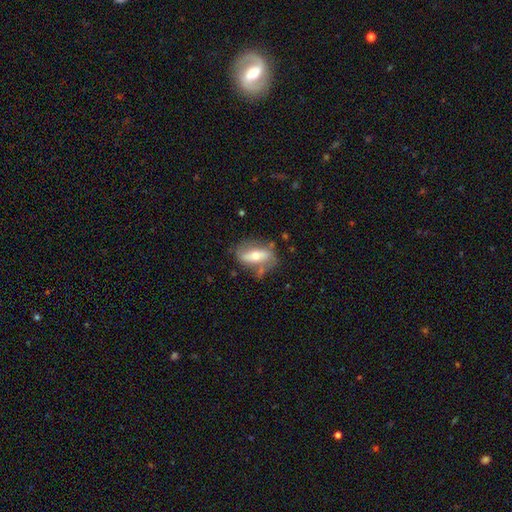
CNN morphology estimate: smooth_or_featured: featured or disk (p=0.51) [alt: smooth p=0.42]
disk_edge_on: no (p=0.71) [alt: yes p=0.29]
merging: none (p=0.62) [alt: minor disturbance p=0.22]